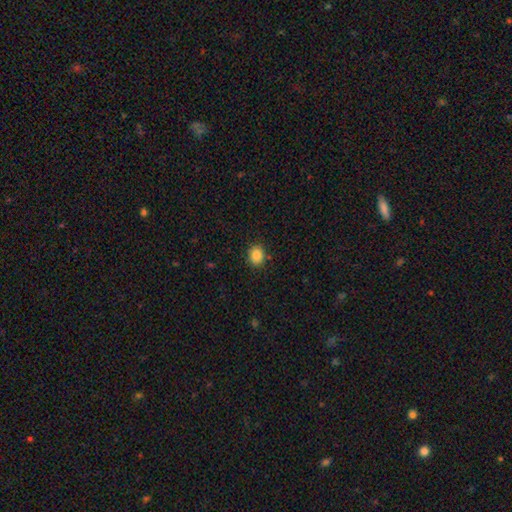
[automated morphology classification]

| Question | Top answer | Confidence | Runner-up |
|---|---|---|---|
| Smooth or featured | smooth | 86% | star or artifact (10%) |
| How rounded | round | 67% | in between (32%) |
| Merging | none | 87% | minor disturbance (9%) |